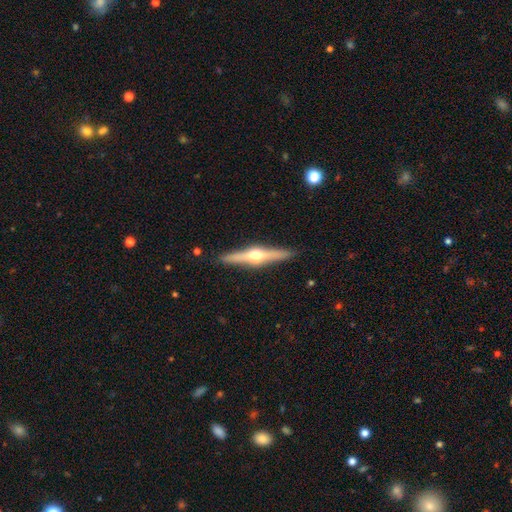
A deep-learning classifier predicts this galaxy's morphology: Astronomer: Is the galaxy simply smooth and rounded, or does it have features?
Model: featured or disk — 76%.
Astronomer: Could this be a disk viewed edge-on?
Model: yes — 98%.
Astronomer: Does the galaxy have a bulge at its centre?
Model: rounded — 96%.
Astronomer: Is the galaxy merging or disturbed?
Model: none — 91%.